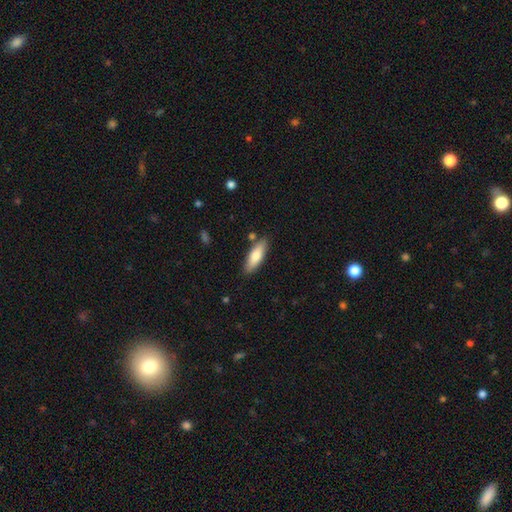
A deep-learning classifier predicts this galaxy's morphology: smooth-or-featured: smooth: 73% | featured or disk: 21% | star or artifact: 6%
  how-rounded: in between: 54% | cigar-shaped: 44% | round: 2%
  merging: none: 82% | minor disturbance: 12% | merger: 4% | major disturbance: 2%